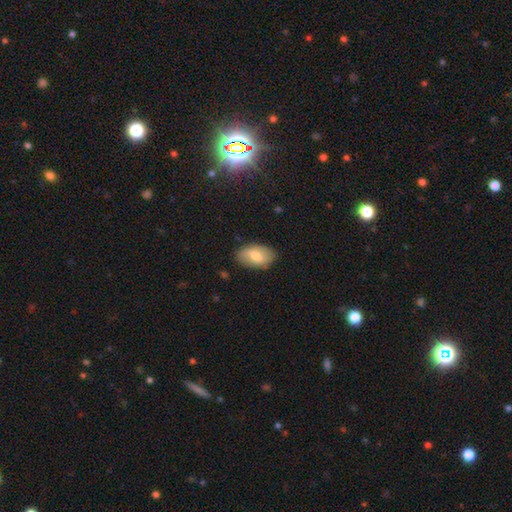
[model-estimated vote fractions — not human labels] A smooth galaxy with no disk features (71%) that is in between round and cigar-shaped (93%). Merging: none (82%).